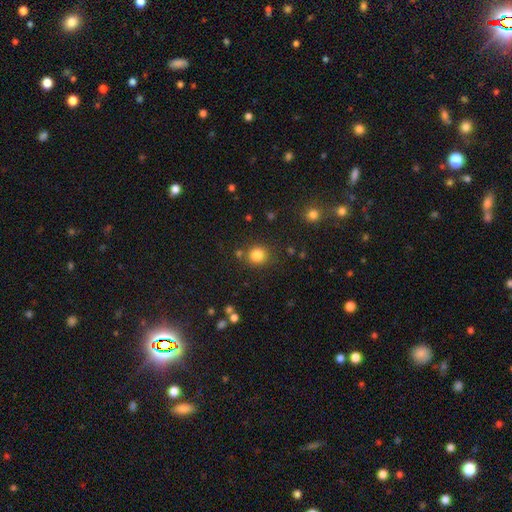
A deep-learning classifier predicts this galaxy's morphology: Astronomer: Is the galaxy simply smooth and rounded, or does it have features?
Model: smooth — 83%.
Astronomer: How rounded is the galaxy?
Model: round — 85%.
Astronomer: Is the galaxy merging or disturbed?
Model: none — 82%.